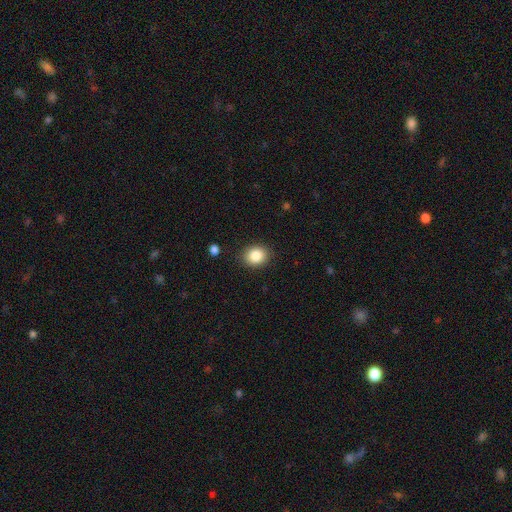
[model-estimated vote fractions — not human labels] The model was most divided on "how rounded": round: 60%, in between: 40%, cigar-shaped: 1%. More confident: merging — none (88%); smooth or featured — smooth (86%).